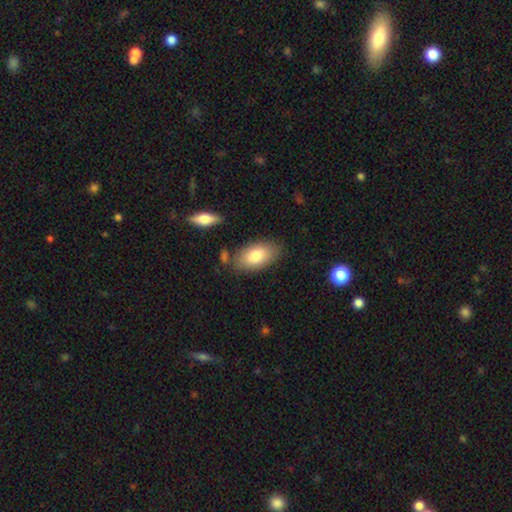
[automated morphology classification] This is clearly a smooth galaxy (81%). How rounded: clearly in between (93%). Merging: likely none (78%).